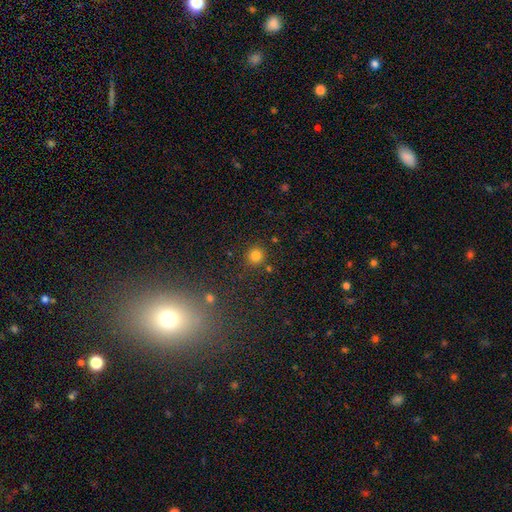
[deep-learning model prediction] A smooth galaxy with no disk features (80%) that is round (93%).

Vote fractions:
- Smooth or featured? smooth: 80% / star or artifact: 15% / featured or disk: 5%
- How rounded? round: 93% / in between: 6% / cigar-shaped: 1%
- Merging? none: 85% / minor disturbance: 7% / merger: 5% / major disturbance: 3%